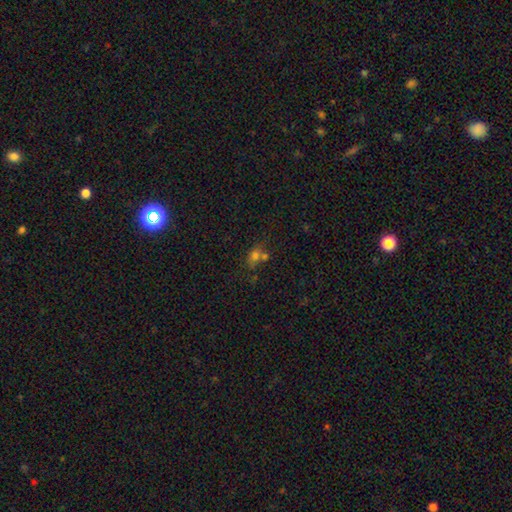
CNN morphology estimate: A smooth galaxy with no disk features (60%) that is in between round and cigar-shaped (49%). Merging: none (45%).